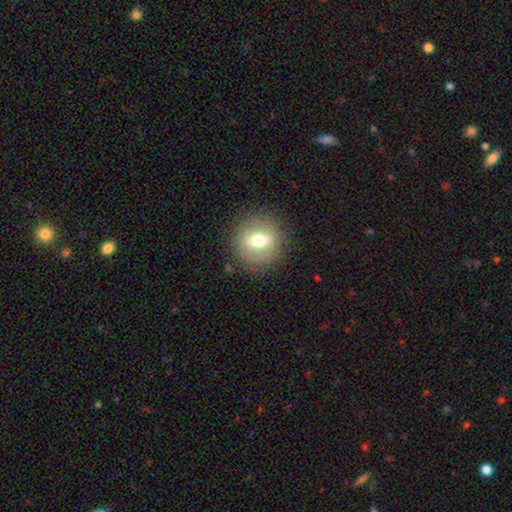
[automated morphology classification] A smooth galaxy with no disk features (52%) that is round (82%). Merging: none (86%).